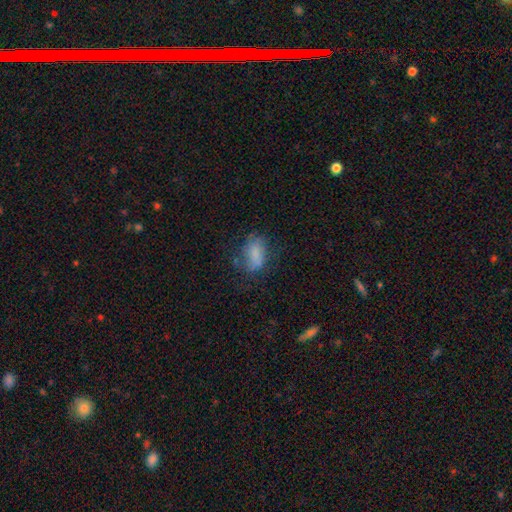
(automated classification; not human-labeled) Overall: smooth (70%). How rounded: in between (86%). Merging: none (50%; minor disturbance 27%).